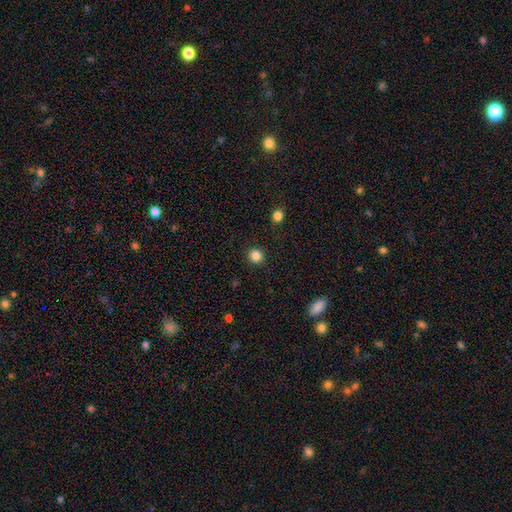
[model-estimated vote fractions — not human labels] Smooth or featured?
  - smooth: 85% *
  - star or artifact: 12%
  - featured or disk: 4%
How rounded?
  - round: 92% *
  - in between: 7%
  - cigar-shaped: 1%
Merging?
  - none: 92% *
  - minor disturbance: 5%
  - major disturbance: 2%
  - merger: 1%